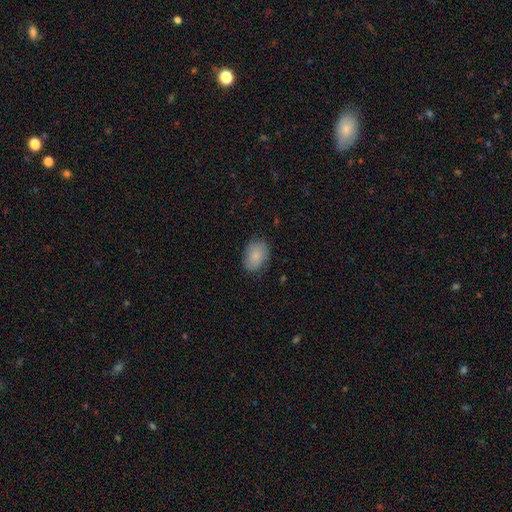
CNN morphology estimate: Overall: smooth (84%). How rounded: in between (85%). Merging: none (81%).